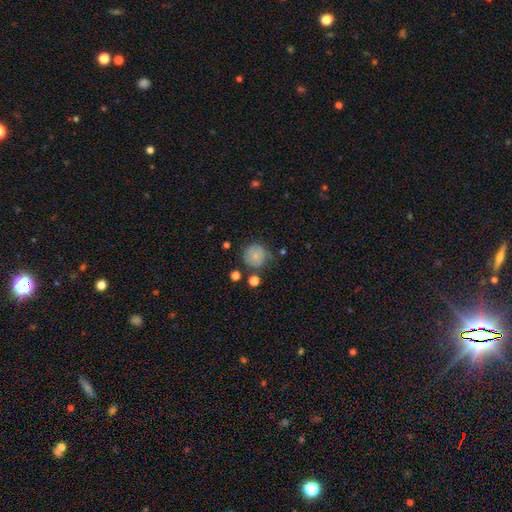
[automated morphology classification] Smooth or featured?
  - smooth: 72% *
  - featured or disk: 18%
  - star or artifact: 10%
How rounded?
  - round: 90% *
  - in between: 9%
  - cigar-shaped: 1%
Merging?
  - none: 66% *
  - minor disturbance: 23%
  - major disturbance: 7%
  - merger: 5%